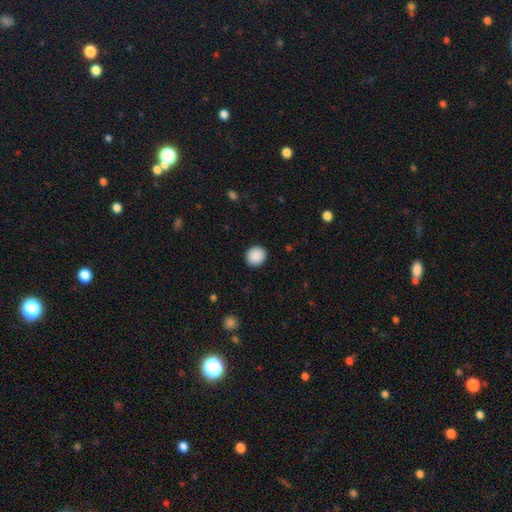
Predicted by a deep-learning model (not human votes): Smooth or featured? Predicted: smooth (p=0.90). How rounded? Predicted: round (p=0.86). Merging? Predicted: none (p=0.92).